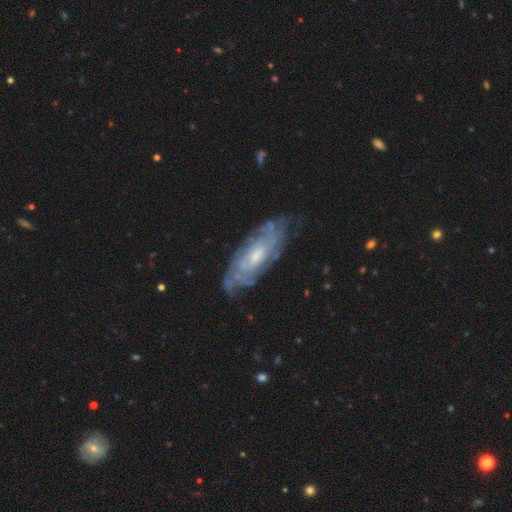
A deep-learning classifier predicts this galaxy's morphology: The model was most divided on "bulge size": small: 55%, moderate: 38%, none: 4%, large: 3%, dominant: 1%. More confident: spiral arms — yes (87%); edge-on disk — no (86%); smooth or featured — featured or disk (78%); merging — none (71%); spiral winding — tight (68%); bar — no (66%); spiral arm count — can't tell (64%).